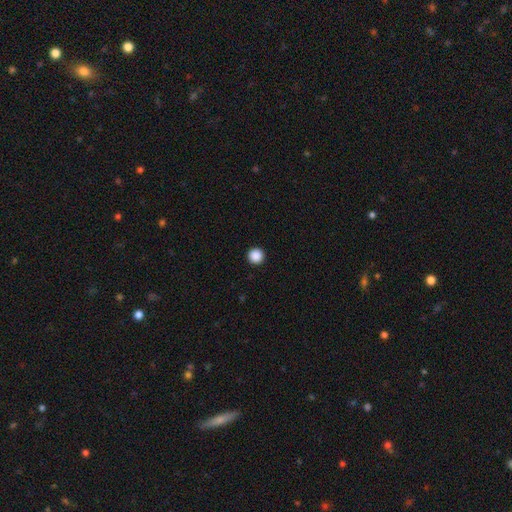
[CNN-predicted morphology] Smooth or featured?
  - smooth: 88% *
  - star or artifact: 9%
  - featured or disk: 2%
How rounded?
  - round: 97% *
  - in between: 2%
  - cigar-shaped: 1%
Merging?
  - none: 94% *
  - minor disturbance: 4%
  - major disturbance: 1%
  - merger: 1%